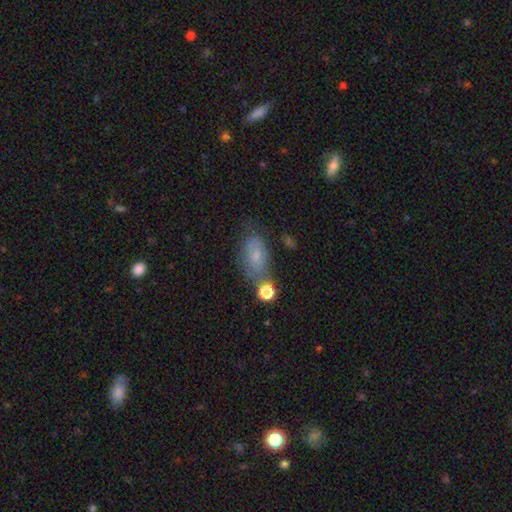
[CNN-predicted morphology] This is likely a smooth galaxy (62%). How rounded: clearly in between (86%). Merging: possibly none (53%).